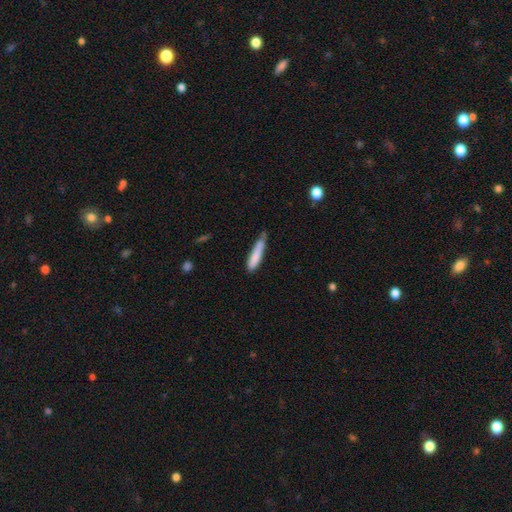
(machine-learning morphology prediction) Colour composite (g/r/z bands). It shows a smooth galaxy with no disk features (80%) that is cigar-shaped (89%). Merging: none (53%).